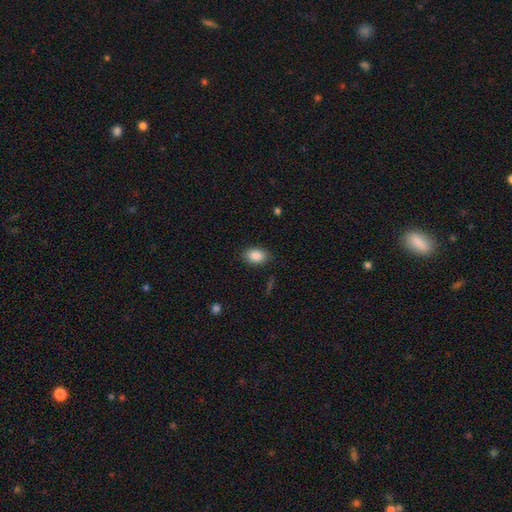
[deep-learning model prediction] This appears to be a smooth galaxy with no disk features (88%) that is in between round and cigar-shaped (85%). Merging: none (86%).